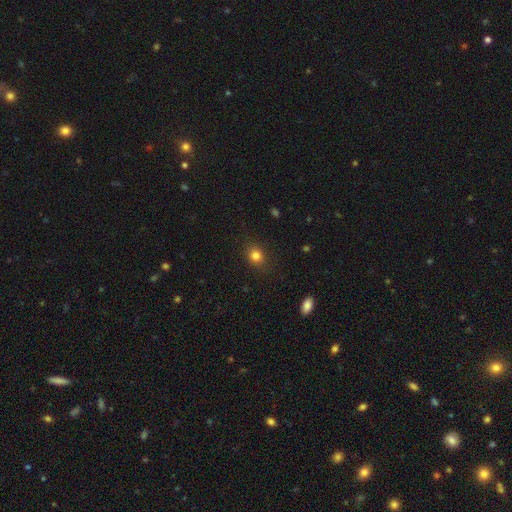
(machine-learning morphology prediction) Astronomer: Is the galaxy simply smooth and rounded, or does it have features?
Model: smooth — 82%.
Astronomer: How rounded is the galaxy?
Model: round — 67%.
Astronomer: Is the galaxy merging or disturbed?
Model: none — 86%.